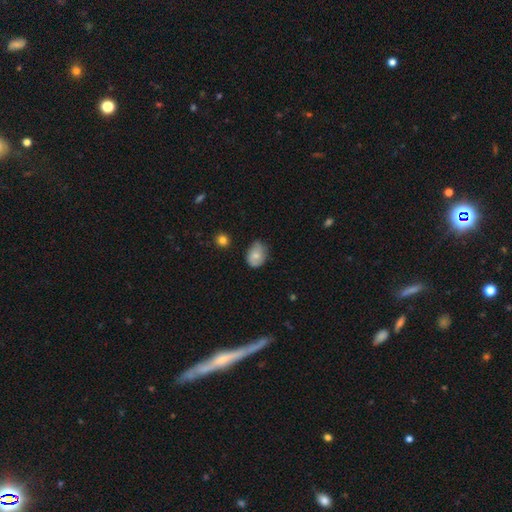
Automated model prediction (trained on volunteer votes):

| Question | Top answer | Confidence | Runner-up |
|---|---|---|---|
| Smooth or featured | smooth | 69% | featured or disk (23%) |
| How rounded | in between | 68% | round (31%) |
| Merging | none | 55% | minor disturbance (36%) |